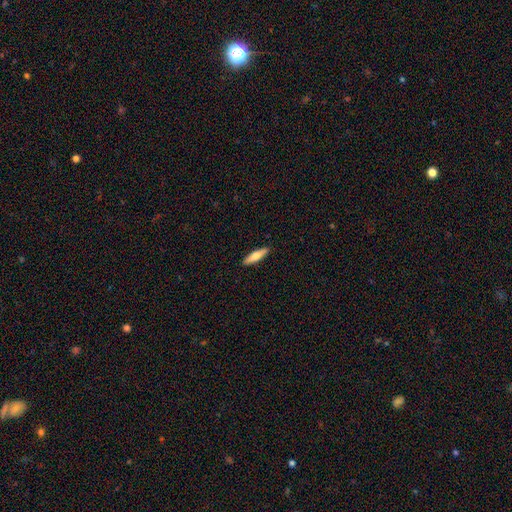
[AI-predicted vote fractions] Smooth or featured? smooth (63%)
How rounded? cigar-shaped (72%)
Merging? none (91%)